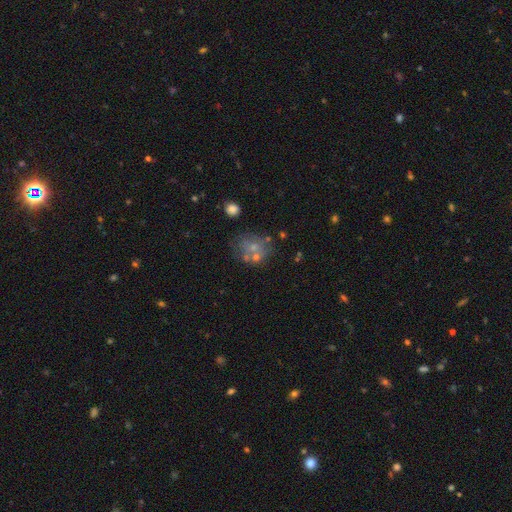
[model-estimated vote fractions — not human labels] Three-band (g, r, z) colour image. It shows a smooth galaxy with no disk features (39%). Merging: none (53%).